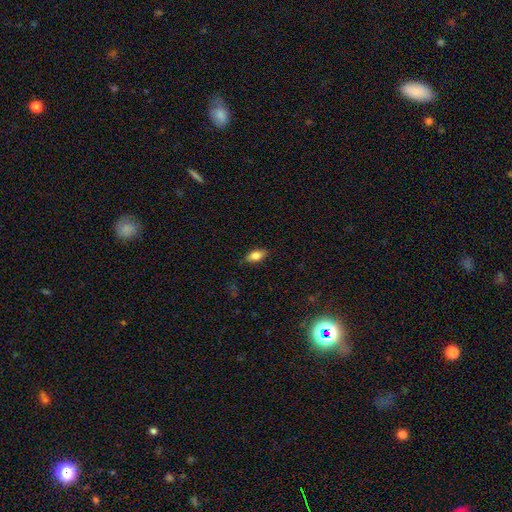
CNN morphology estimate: This is clearly a smooth galaxy (82%). How rounded: clearly in between (89%). Merging: clearly none (84%).